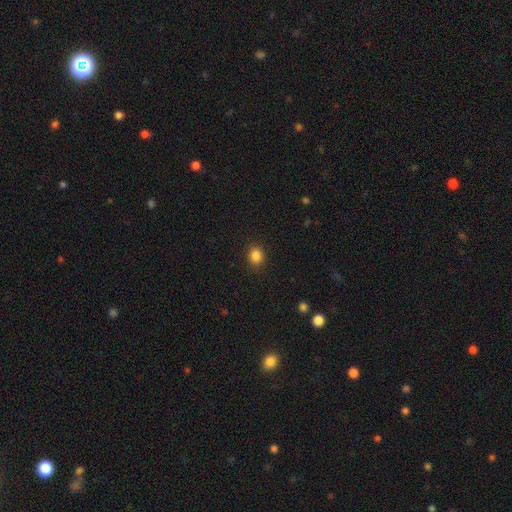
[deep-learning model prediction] Smooth or featured? smooth (85%)
How rounded? round (69%)
Merging? none (88%)